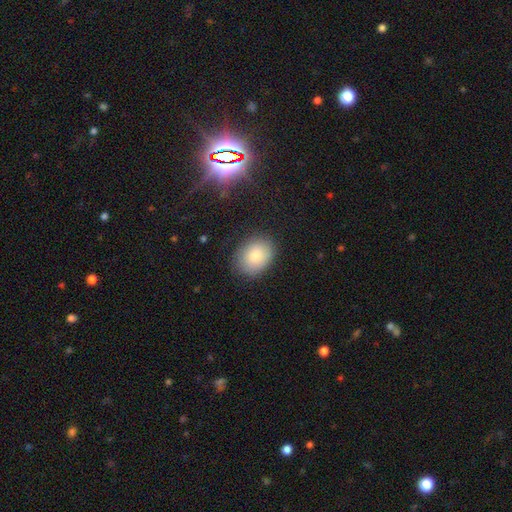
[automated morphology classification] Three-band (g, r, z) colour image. It shows a smooth galaxy with no disk features (81%) that is in between round and cigar-shaped (58%). Merging: none (82%).